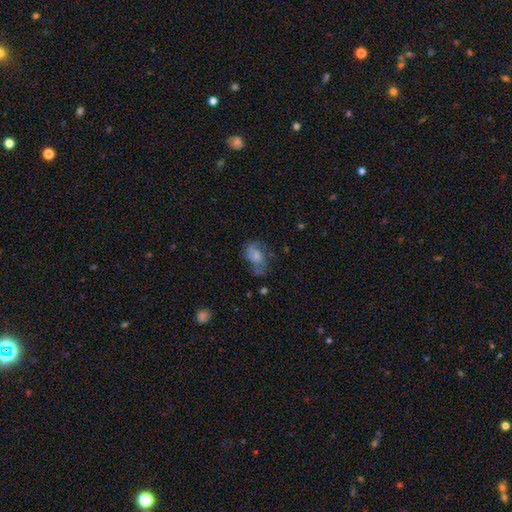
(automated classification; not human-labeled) Smooth or featured? Predicted: smooth (p=0.53). How rounded? Predicted: in between (p=0.79). Merging? Predicted: none (p=0.36).